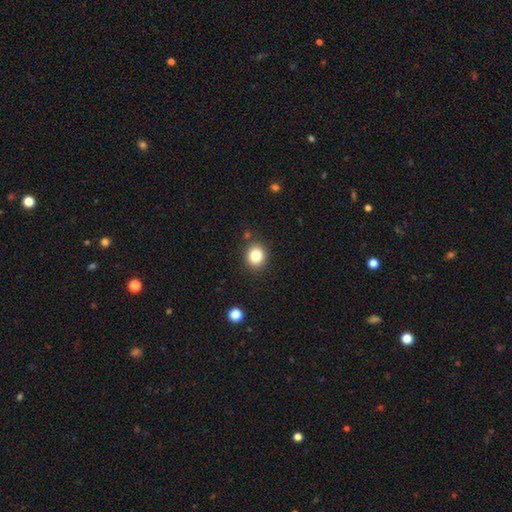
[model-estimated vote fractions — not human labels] A smooth galaxy with no disk features (83%) that is round (74%). Merging: none (87%).